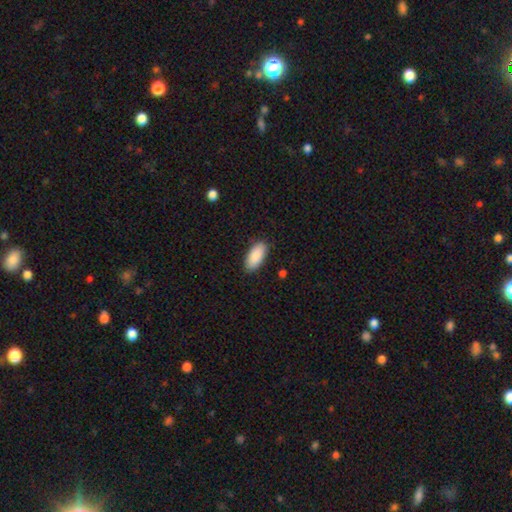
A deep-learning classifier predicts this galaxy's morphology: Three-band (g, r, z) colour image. It shows a smooth galaxy with no disk features (90%) that is in between round and cigar-shaped (90%). Merging: none (88%).